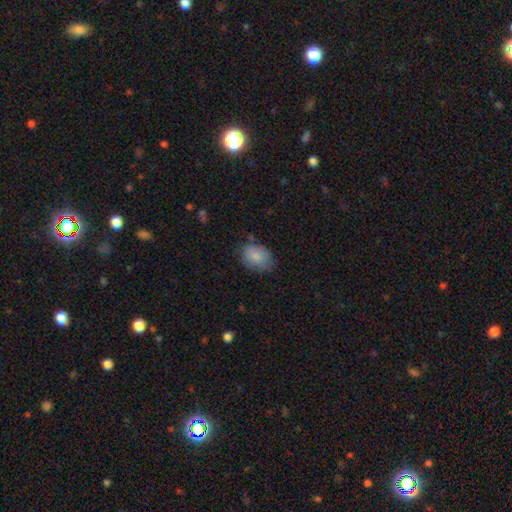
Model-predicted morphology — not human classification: This appears to be a smooth galaxy with no disk features (85%) that is in between round and cigar-shaped (74%). Merging: none (67%).